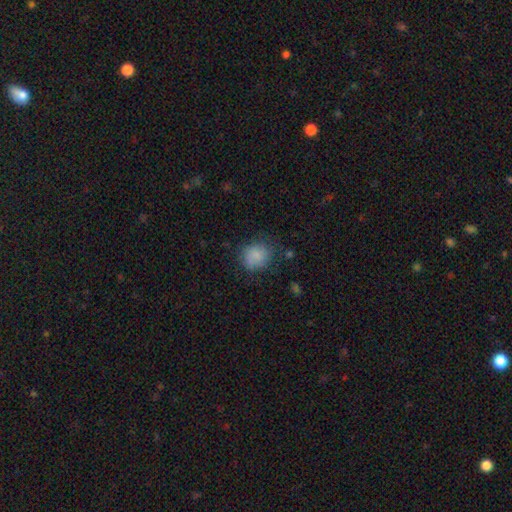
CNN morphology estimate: type=smooth (84%); roundness=round (71%); merging=none (71%).